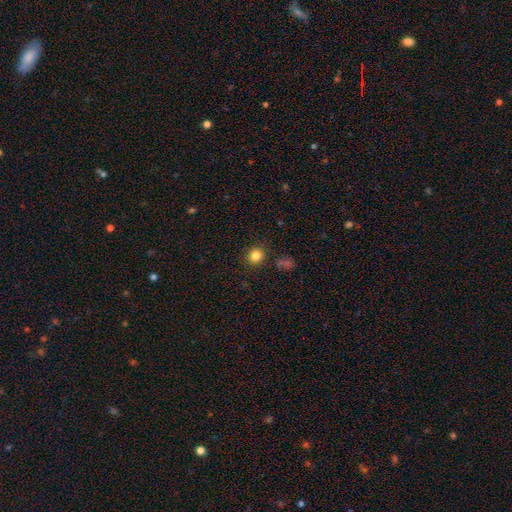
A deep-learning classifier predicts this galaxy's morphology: A smooth galaxy with no disk features (83%) that is round (87%). Merging: none (88%).